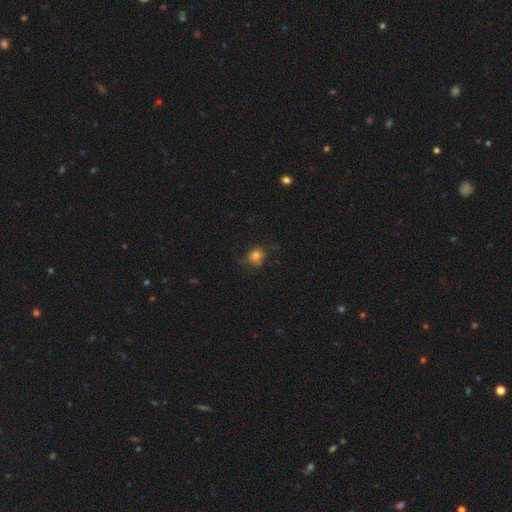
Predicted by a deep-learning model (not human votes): A smooth galaxy with no disk features (80%) that is round (77%).

Vote fractions:
- Smooth or featured? smooth: 80% / star or artifact: 13% / featured or disk: 8%
- How rounded? round: 77% / in between: 22% / cigar-shaped: 1%
- Merging? none: 67% / minor disturbance: 24% / major disturbance: 7% / merger: 3%